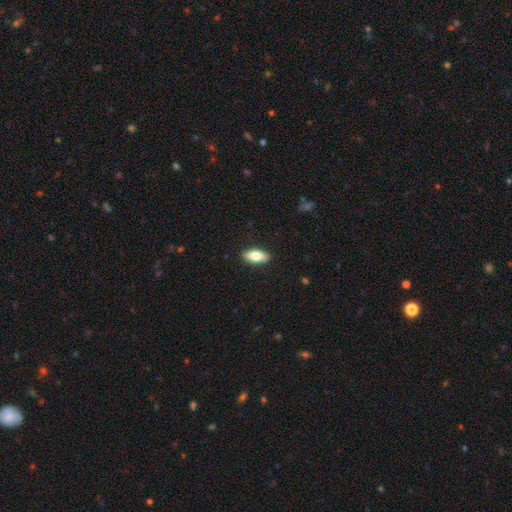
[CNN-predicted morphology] Smooth or featured? Predicted: smooth (p=0.72). How rounded? Predicted: in between (p=0.79). Merging? Predicted: none (p=0.88).